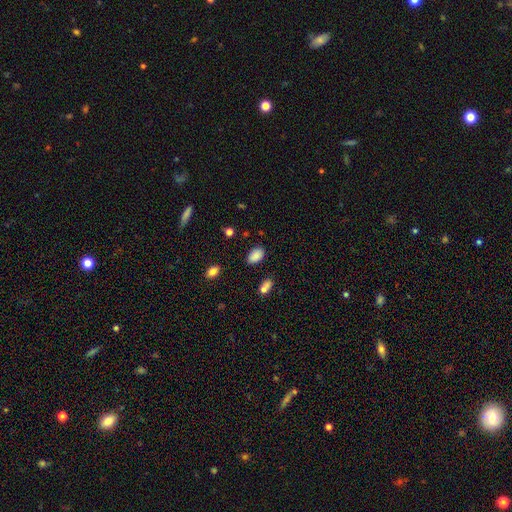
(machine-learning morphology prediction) This is clearly a smooth galaxy (86%). How rounded: clearly in between (91%). Merging: clearly none (81%).